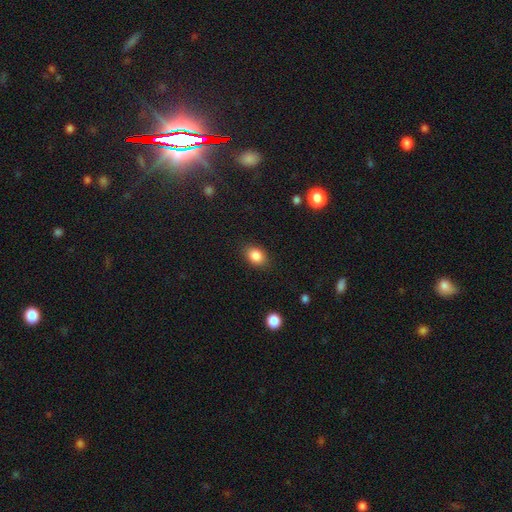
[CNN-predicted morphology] This is clearly a smooth galaxy (86%). How rounded: likely in between (72%). Merging: clearly none (86%).